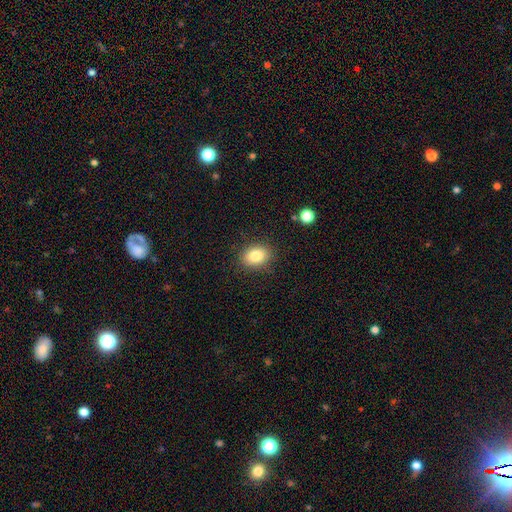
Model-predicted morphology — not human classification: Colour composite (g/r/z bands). It shows a smooth galaxy with no disk features (83%) that is in between round and cigar-shaped (62%). Merging: none (86%).